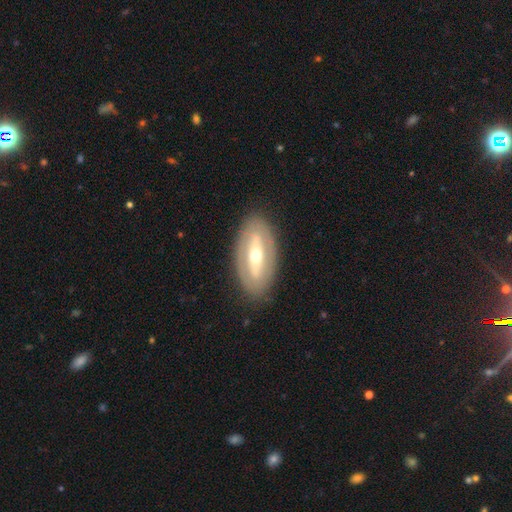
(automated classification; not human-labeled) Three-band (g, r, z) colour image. It shows a featured or disk galaxy (70%) with a strong bar (47%), no spiral arms (68%) and a moderate central bulge (63%). Merging: none (85%).